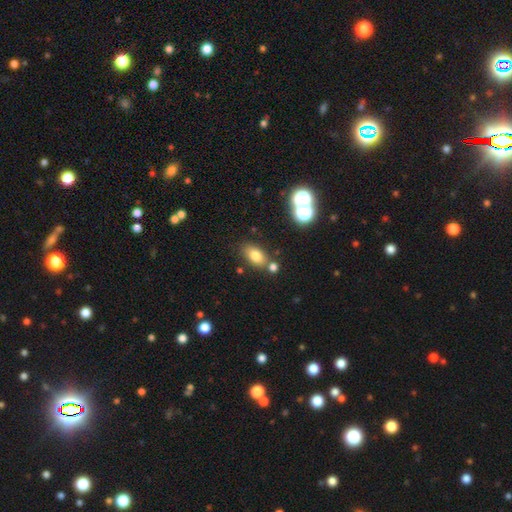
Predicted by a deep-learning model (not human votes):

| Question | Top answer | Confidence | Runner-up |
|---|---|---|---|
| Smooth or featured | smooth | 77% | star or artifact (12%) |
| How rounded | in between | 85% | round (11%) |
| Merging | none | 70% | merger (14%) |